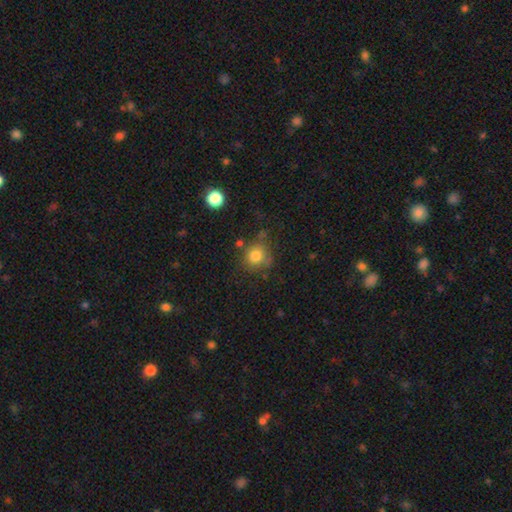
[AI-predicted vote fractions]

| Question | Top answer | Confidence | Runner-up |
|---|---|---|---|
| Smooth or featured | smooth | 80% | star or artifact (12%) |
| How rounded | round | 85% | in between (14%) |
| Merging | none | 67% | minor disturbance (19%) |